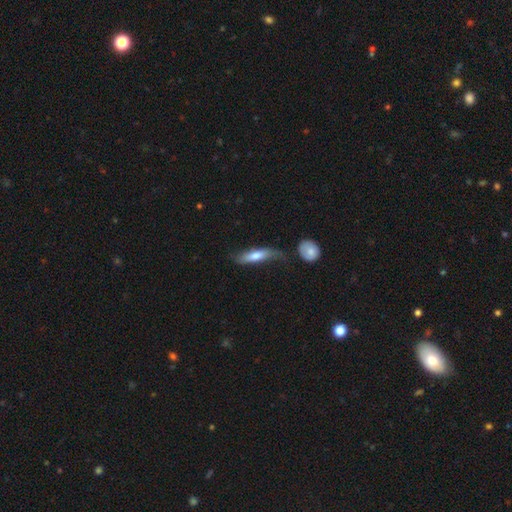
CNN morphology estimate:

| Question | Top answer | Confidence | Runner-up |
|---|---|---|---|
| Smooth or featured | smooth | 59% | featured or disk (35%) |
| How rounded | cigar-shaped | 64% | in between (33%) |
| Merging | none | 46% | minor disturbance (29%) |